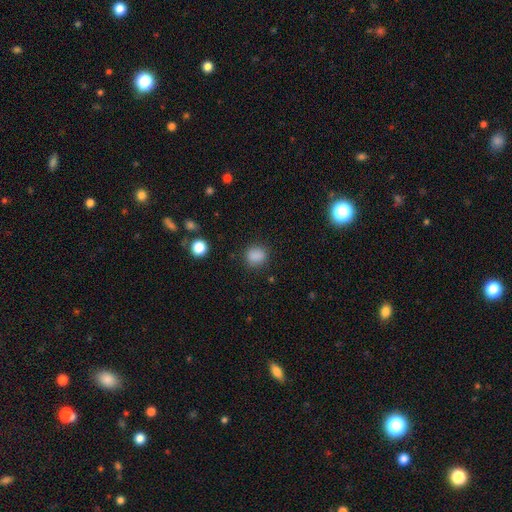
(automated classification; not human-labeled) Smooth or featured: smooth — 85% (star or artifact — 11%)
How rounded: round — 69% (in between — 30%)
Merging: none — 84% (minor disturbance — 11%)